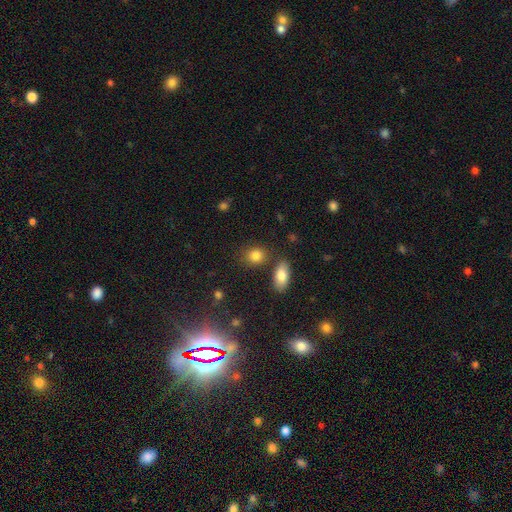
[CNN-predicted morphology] Smooth or featured?
  - smooth: 84% *
  - star or artifact: 9%
  - featured or disk: 6%
How rounded?
  - round: 54% *
  - in between: 44%
  - cigar-shaped: 2%
Merging?
  - none: 76% *
  - minor disturbance: 11%
  - merger: 10%
  - major disturbance: 4%